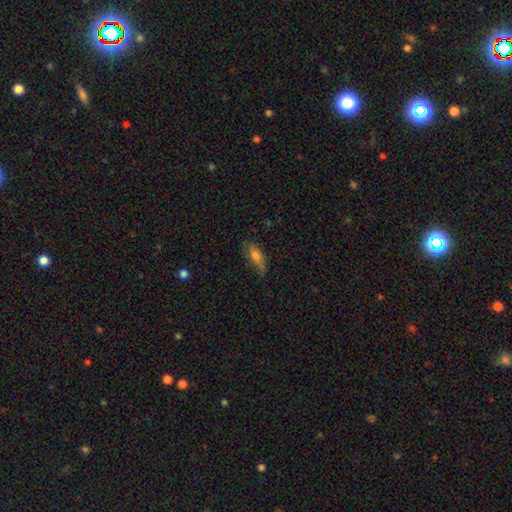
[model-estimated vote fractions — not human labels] A smooth galaxy with no disk features (67%) that is in between round and cigar-shaped (62%).

Vote fractions:
- Smooth or featured? smooth: 67% / featured or disk: 24% / star or artifact: 9%
- How rounded? in between: 62% / cigar-shaped: 35% / round: 3%
- Merging? none: 55% / minor disturbance: 31% / major disturbance: 12% / merger: 2%